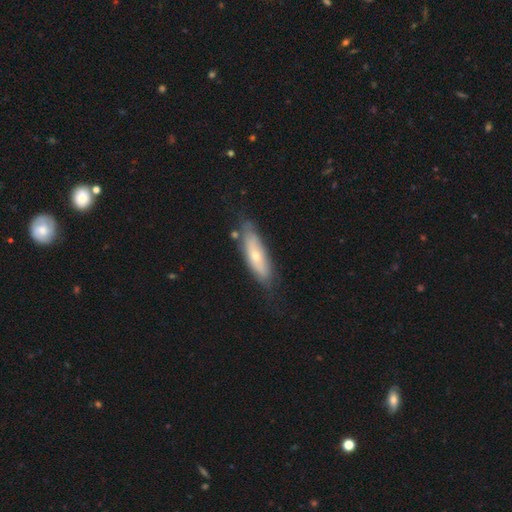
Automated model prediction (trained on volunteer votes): The model was most divided on "smooth or featured": smooth: 49%, featured or disk: 45%, star or artifact: 6%. More confident: merging — none (69%).